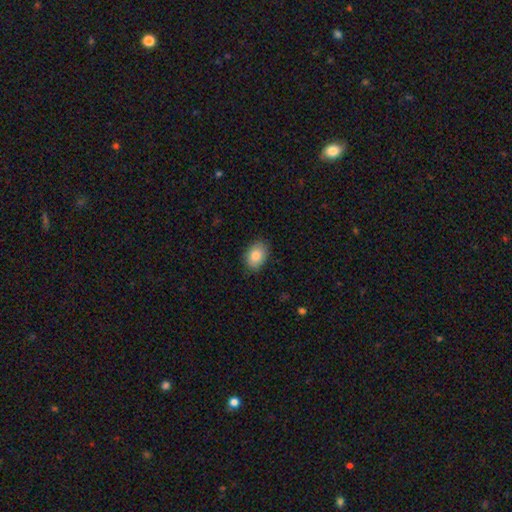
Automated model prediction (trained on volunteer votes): This appears to be a smooth galaxy with no disk features (85%) that is in between round and cigar-shaped (78%). Merging: none (86%).